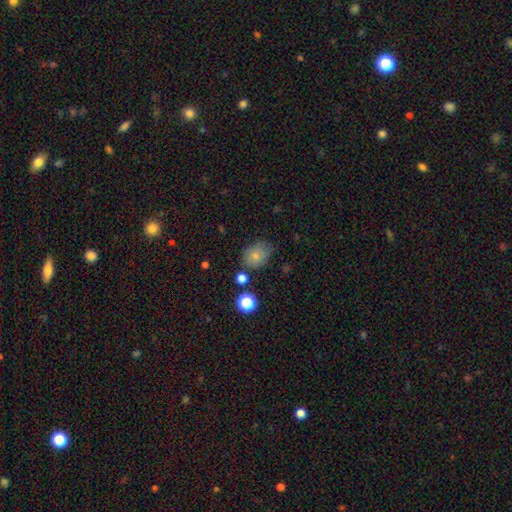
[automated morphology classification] smooth-or-featured: smooth: 77% | star or artifact: 12% | featured or disk: 11%
  how-rounded: in between: 57% | round: 42% | cigar-shaped: 1%
  merging: none: 69% | minor disturbance: 19% | merger: 6% | major disturbance: 6%